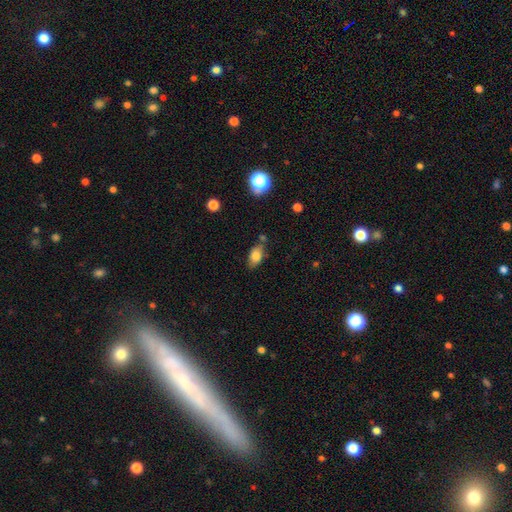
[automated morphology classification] Smooth or featured? smooth (80%)
How rounded? in between (87%)
Merging? none (68%)